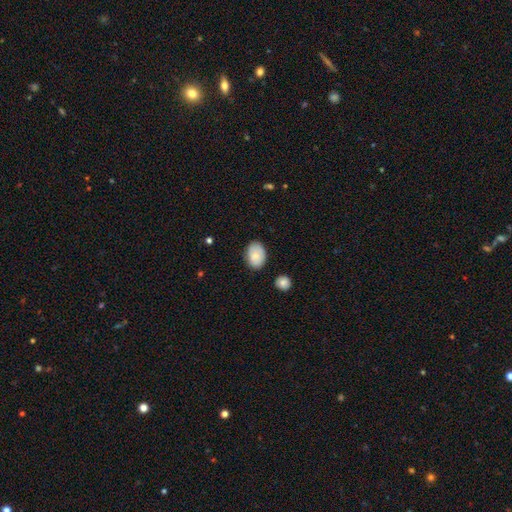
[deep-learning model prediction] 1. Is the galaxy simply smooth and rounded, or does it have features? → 83% smooth, 10% featured or disk, 7% star or artifact.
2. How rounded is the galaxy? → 86% in between, 13% round, 1% cigar-shaped.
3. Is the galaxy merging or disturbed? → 79% none, 16% minor disturbance, 3% major disturbance, 2% merger.